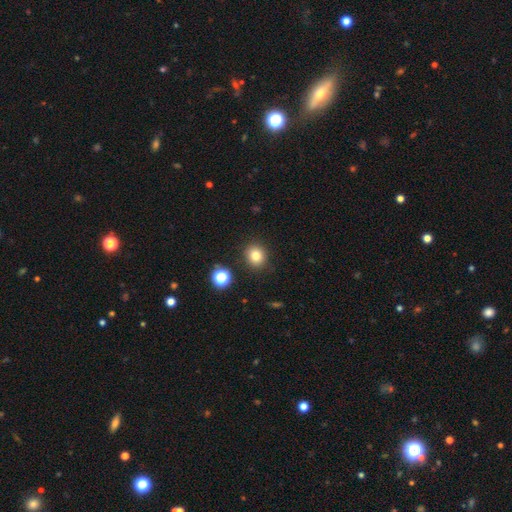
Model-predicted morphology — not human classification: This is likely a smooth galaxy (79%). How rounded: clearly round (82%). Merging: clearly none (88%).